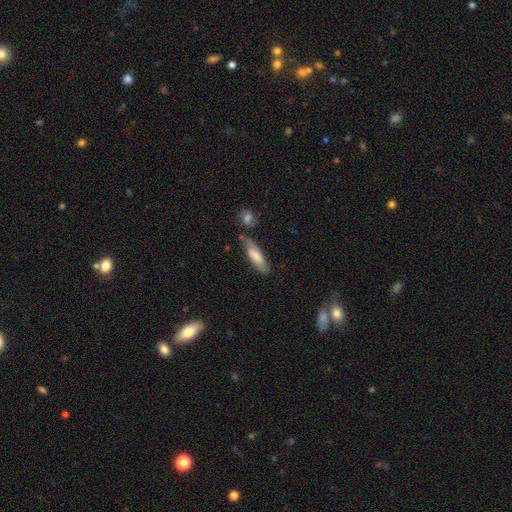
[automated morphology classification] type=smooth (71%); roundness=cigar-shaped (62%); merging=none (60%).